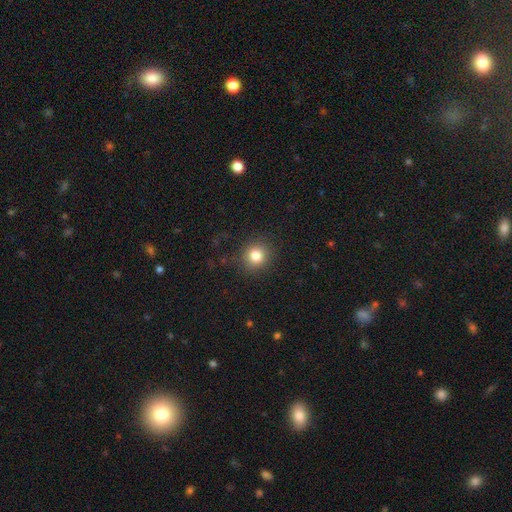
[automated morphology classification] smooth_or_featured: smooth (p=0.81) [alt: star or artifact p=0.12]
how_rounded: round (p=0.89) [alt: in between p=0.10]
merging: none (p=0.88) [alt: minor disturbance p=0.08]